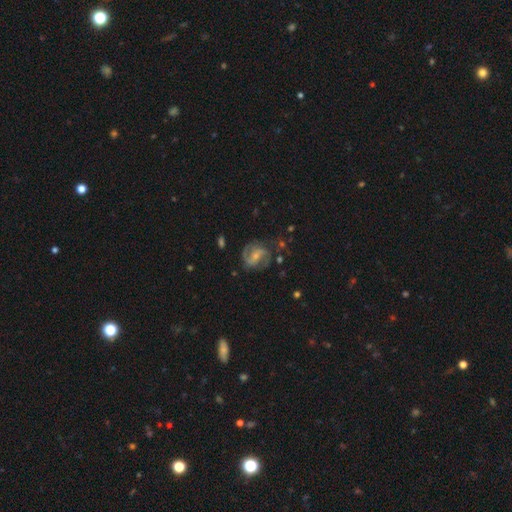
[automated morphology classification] smooth-or-featured: featured or disk: 83% | smooth: 11% | star or artifact: 6%
  disk-edge-on: no: 98% | yes: 2%
    bar: weak: 43% | no: 31% | strong: 26%
    has-spiral-arms: yes: 95% | no: 5%
      spiral-winding: medium: 54% | tight: 25% | loose: 21%
      spiral-arm-count: 2: 84% | can't tell: 6% | 3: 5% | 1: 3% | 4: 1% | more than 4: 1%
    bulge-size: small: 61% | moderate: 33% | none: 4% | large: 2% | dominant: 1%
  merging: none: 70% | minor disturbance: 18% | major disturbance: 9% | merger: 2%